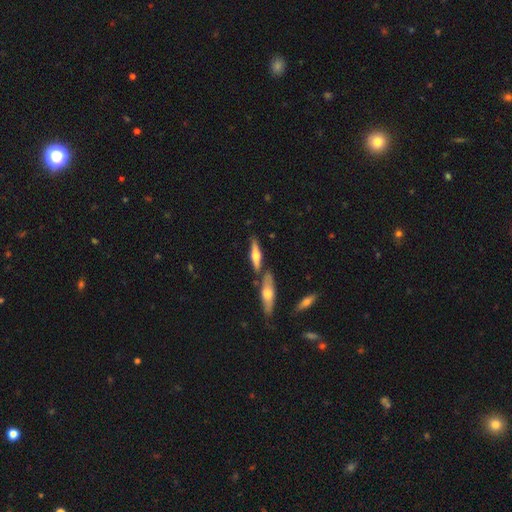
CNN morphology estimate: smooth-or-featured: featured or disk: 56% | smooth: 39% | star or artifact: 6%
  disk-edge-on: yes: 94% | no: 6%
    edge-on-bulge: rounded: 91% | boxy: 6% | none: 3%
  merging: none: 70% | merger: 17% | minor disturbance: 10% | major disturbance: 3%